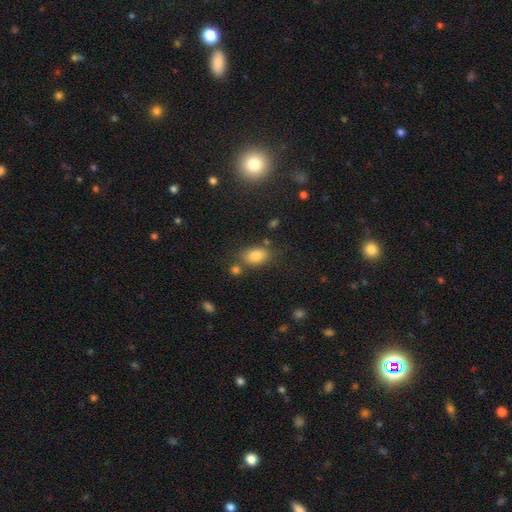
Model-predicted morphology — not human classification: Smooth or featured: smooth — 82% (star or artifact — 10%)
How rounded: in between — 86% (round — 12%)
Merging: none — 68% (minor disturbance — 15%)